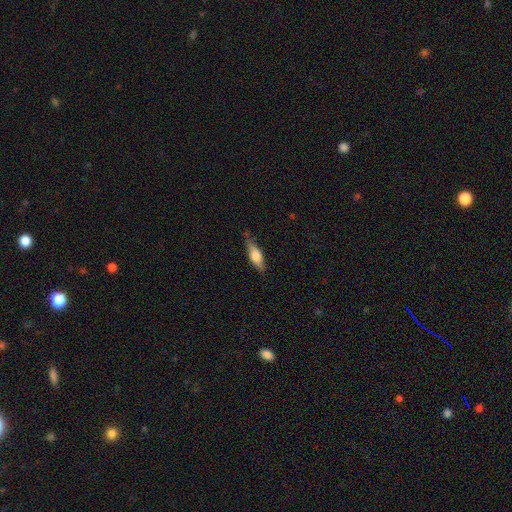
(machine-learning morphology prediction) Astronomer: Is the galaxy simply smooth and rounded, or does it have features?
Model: smooth — 64%.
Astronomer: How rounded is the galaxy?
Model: in between — 54% (runner-up: cigar-shaped, 43%).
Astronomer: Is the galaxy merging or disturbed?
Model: none — 71%.